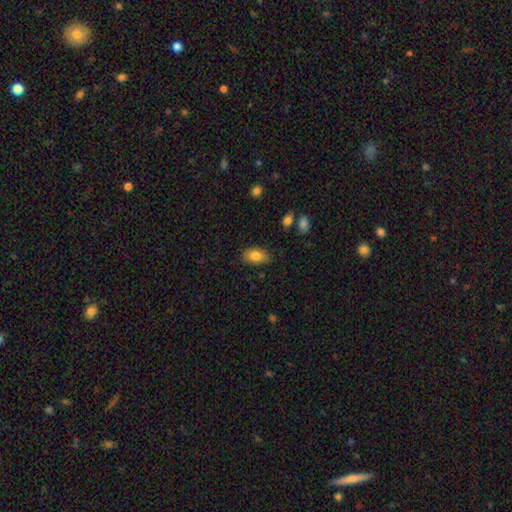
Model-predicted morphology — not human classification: smooth-or-featured: smooth: 81% | featured or disk: 11% | star or artifact: 8%
  how-rounded: in between: 90% | round: 8% | cigar-shaped: 2%
  merging: none: 81% | minor disturbance: 15% | major disturbance: 3% | merger: 2%